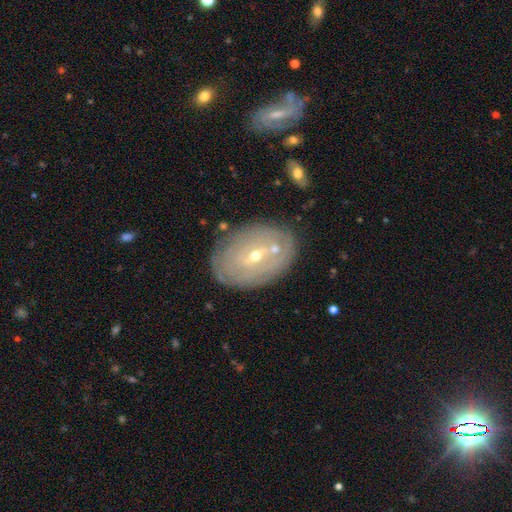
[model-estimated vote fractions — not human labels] Smooth or featured? featured or disk (68%)
Edge-on disk? no (93%)
Bar? no (44%)
Spiral arms? yes (52%)
Bulge size? small (56%)
Merging? none (72%)